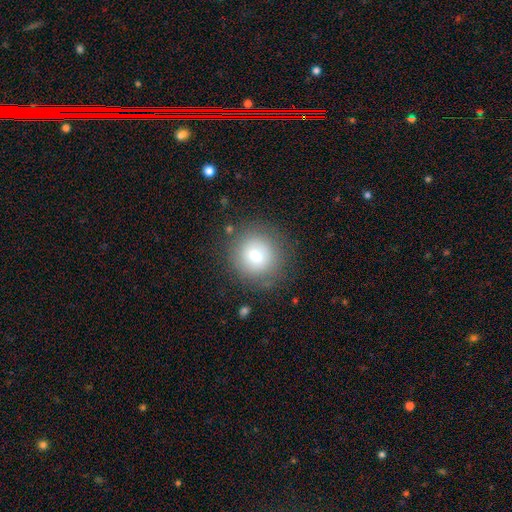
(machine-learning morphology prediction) This appears to be a smooth galaxy with no disk features (75%) that is round (92%). Merging: none (82%).